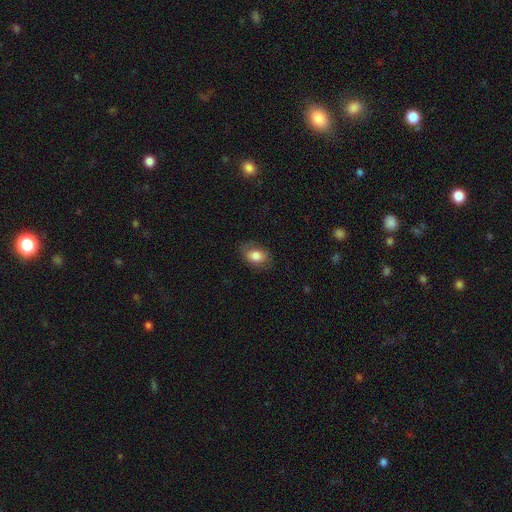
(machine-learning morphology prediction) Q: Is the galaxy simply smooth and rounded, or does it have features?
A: smooth — 76%.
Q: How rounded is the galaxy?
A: in between — 81%.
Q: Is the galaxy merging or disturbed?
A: none — 72%.